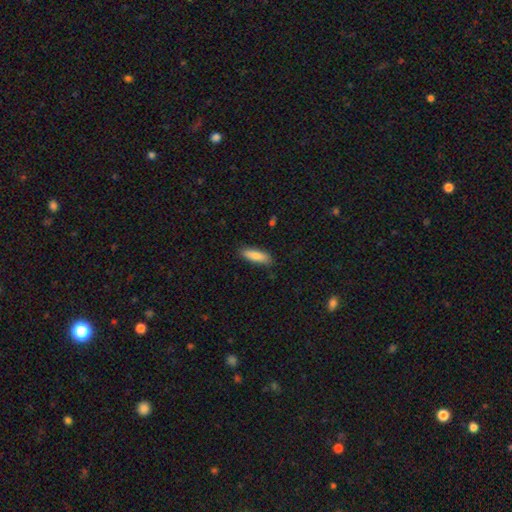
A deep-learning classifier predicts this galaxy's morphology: This is clearly a smooth galaxy (82%). How rounded: possibly in between (49%, tied with cigar-shaped). Merging: clearly none (83%).